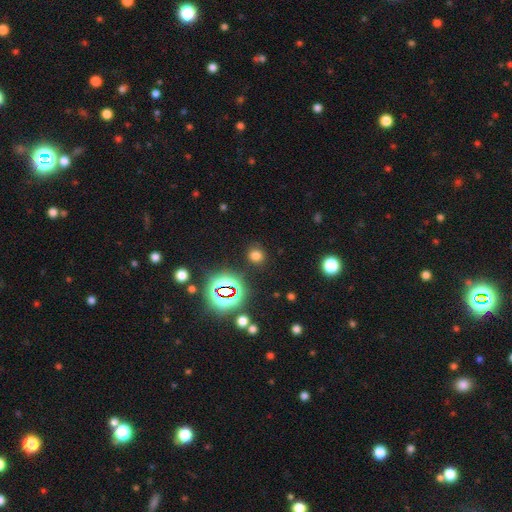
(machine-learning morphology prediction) This is likely a smooth galaxy (68%). How rounded: clearly round (82%). Merging: clearly none (87%).